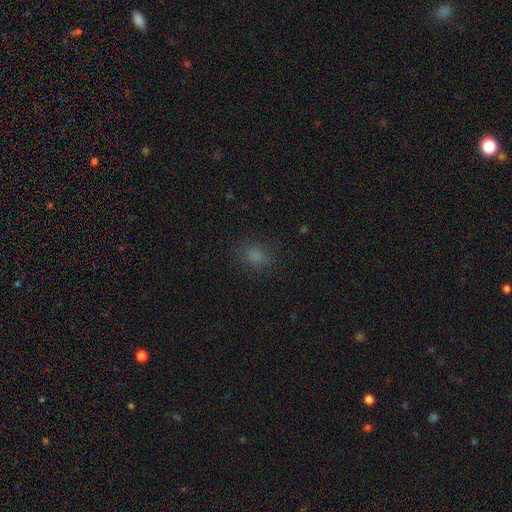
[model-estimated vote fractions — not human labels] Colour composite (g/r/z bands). It shows a smooth galaxy with no disk features (77%) that is in between round and cigar-shaped (51%). Merging: none (80%).